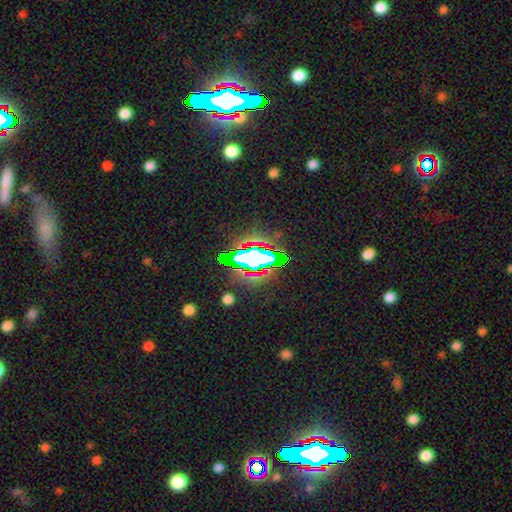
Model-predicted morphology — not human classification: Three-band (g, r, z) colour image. It shows a star or artifact, not a galaxy (57%).